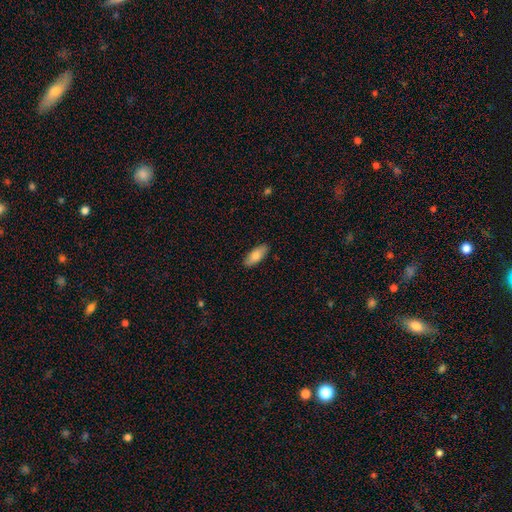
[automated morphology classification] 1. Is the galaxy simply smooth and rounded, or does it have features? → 79% smooth, 15% featured or disk, 6% star or artifact.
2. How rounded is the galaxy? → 83% in between, 15% cigar-shaped, 2% round.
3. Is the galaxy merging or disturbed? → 88% none, 10% minor disturbance, 2% major disturbance, 1% merger.